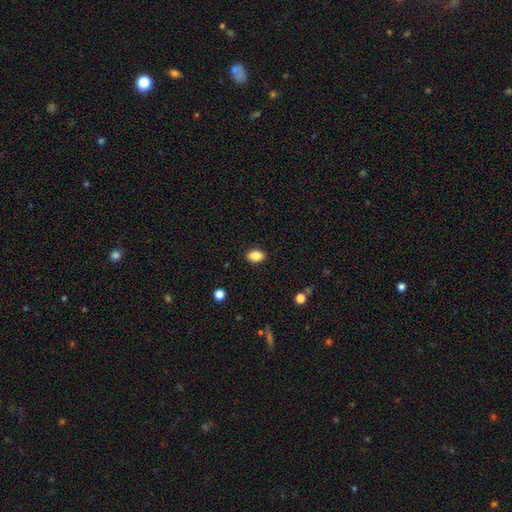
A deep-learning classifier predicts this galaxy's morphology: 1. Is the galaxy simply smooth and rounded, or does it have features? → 85% smooth, 9% star or artifact, 6% featured or disk.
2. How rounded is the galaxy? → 83% in between, 16% round, 1% cigar-shaped.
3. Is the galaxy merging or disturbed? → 88% none, 9% minor disturbance, 2% major disturbance, 1% merger.